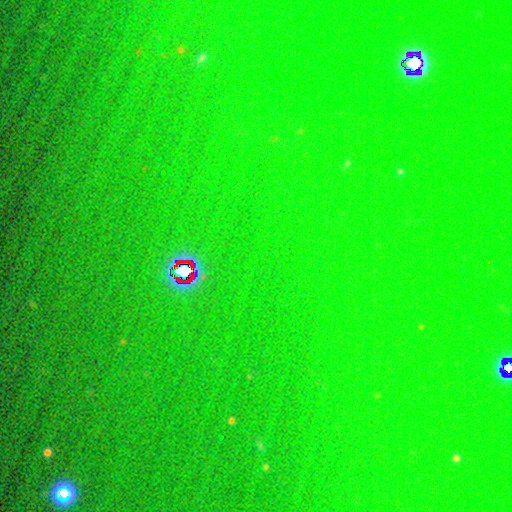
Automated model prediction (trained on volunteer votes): smooth_or_featured: star or artifact (p=0.74) [alt: smooth p=0.17]